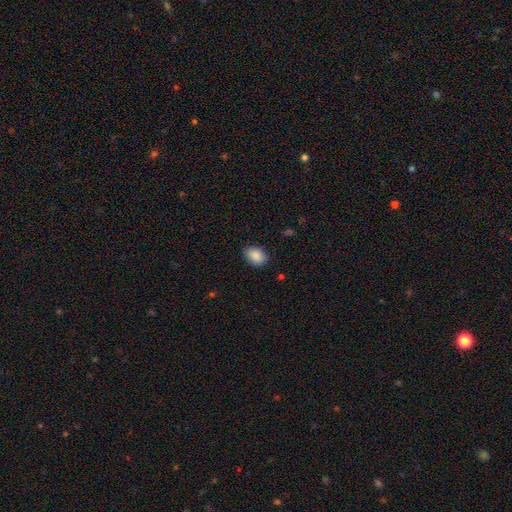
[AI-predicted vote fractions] Smooth or featured? smooth (89%)
How rounded? in between (76%)
Merging? none (82%)